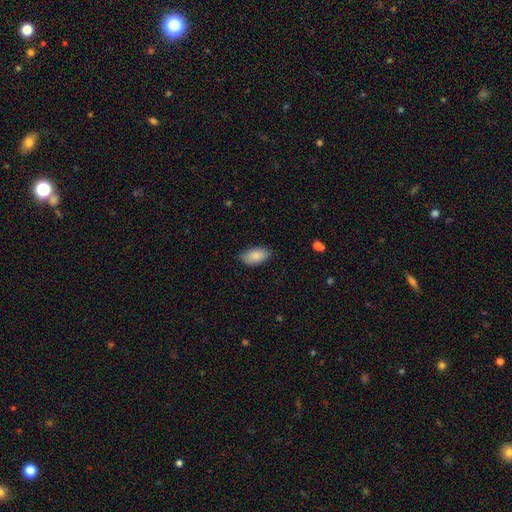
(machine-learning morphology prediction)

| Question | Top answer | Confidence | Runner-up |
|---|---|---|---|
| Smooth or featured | smooth | 87% | featured or disk (7%) |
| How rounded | in between | 94% | cigar-shaped (3%) |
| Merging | none | 82% | minor disturbance (14%) |